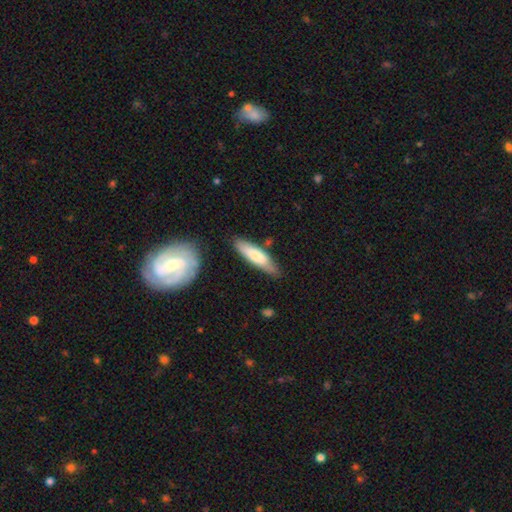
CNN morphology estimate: Smooth or featured?
  - smooth: 74% *
  - featured or disk: 21%
  - star or artifact: 5%
How rounded?
  - cigar-shaped: 66% *
  - in between: 32%
  - round: 1%
Merging?
  - none: 76% *
  - minor disturbance: 17%
  - merger: 4%
  - major disturbance: 3%